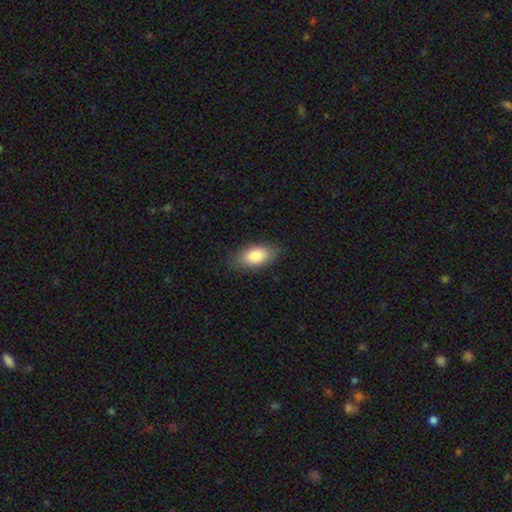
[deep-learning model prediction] smooth 84%, featured or disk 9%, star or artifact 6%. Down the decision tree: how rounded — in between (92%); merging — none (84%).